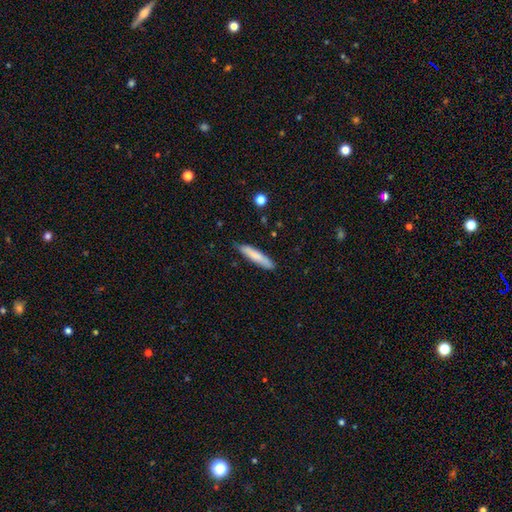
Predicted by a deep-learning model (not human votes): smooth_or_featured: smooth (p=0.79) [alt: featured or disk p=0.16]
how_rounded: cigar-shaped (p=0.88) [alt: in between p=0.11]
merging: none (p=0.84) [alt: minor disturbance p=0.13]